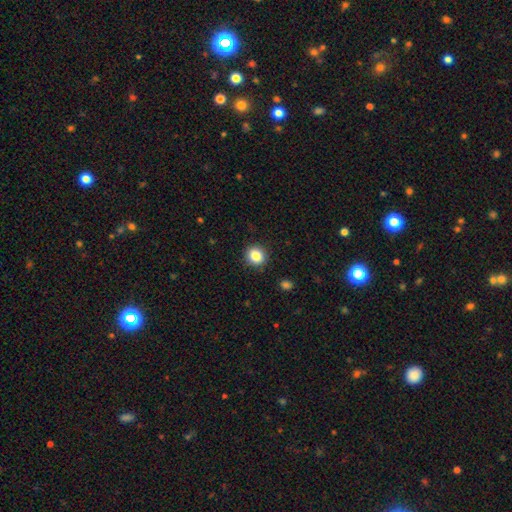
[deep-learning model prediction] This is clearly a smooth galaxy (85%). How rounded: clearly round (85%). Merging: clearly none (90%).